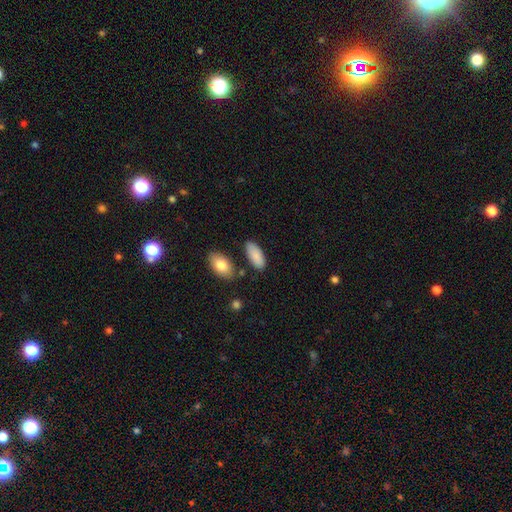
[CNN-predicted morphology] Smooth or featured?
  - smooth: 88% *
  - featured or disk: 6%
  - star or artifact: 6%
How rounded?
  - in between: 89% *
  - cigar-shaped: 9%
  - round: 2%
Merging?
  - none: 78% *
  - minor disturbance: 14%
  - merger: 5%
  - major disturbance: 3%